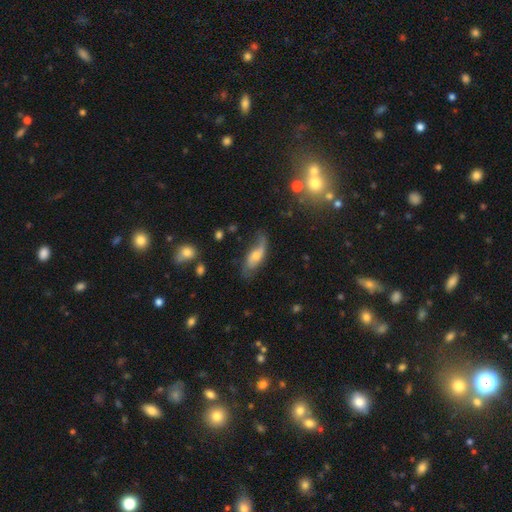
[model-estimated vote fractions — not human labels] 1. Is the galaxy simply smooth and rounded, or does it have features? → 59% featured or disk, 33% smooth, 8% star or artifact.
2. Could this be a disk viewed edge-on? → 83% no, 17% yes.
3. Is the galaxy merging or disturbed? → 54% none, 28% minor disturbance, 15% major disturbance, 3% merger.